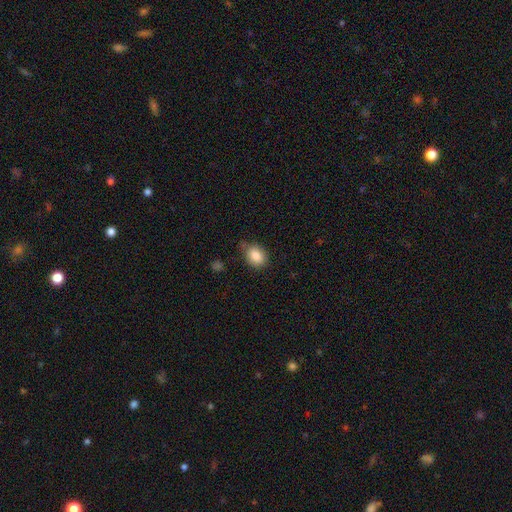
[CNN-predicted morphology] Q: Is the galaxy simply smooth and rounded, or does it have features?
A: smooth — 85%.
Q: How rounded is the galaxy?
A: in between — 56%.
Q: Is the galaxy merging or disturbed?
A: none — 67%.